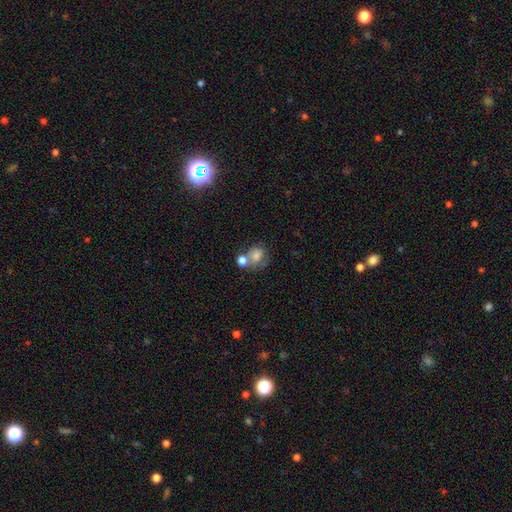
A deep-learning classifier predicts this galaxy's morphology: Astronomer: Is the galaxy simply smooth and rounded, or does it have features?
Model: smooth — 72%.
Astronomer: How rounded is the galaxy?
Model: round — 65%.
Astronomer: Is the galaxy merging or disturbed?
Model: none — 39% (runner-up: merger, 37%).